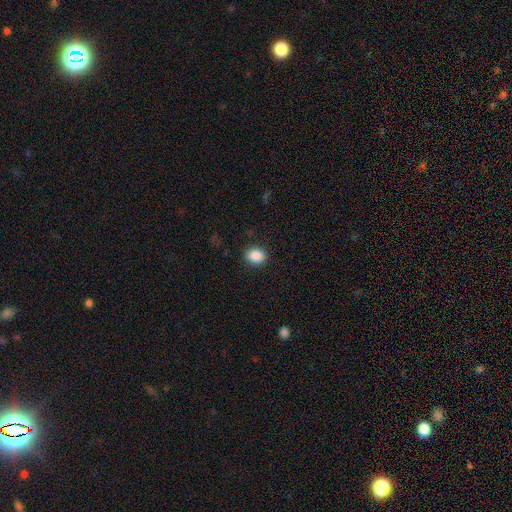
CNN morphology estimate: Smooth or featured?
  - smooth: 88% *
  - star or artifact: 8%
  - featured or disk: 4%
How rounded?
  - in between: 51% *
  - round: 49%
  - cigar-shaped: 1%
Merging?
  - none: 89% *
  - minor disturbance: 8%
  - major disturbance: 2%
  - merger: 1%